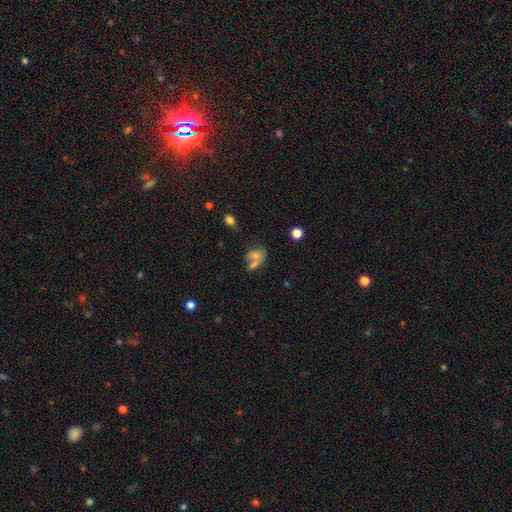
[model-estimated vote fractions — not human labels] Overall: smooth (64%; featured or disk 24%). How rounded: in between (64%; round 33%). Merging: merger (44%; none 33%).